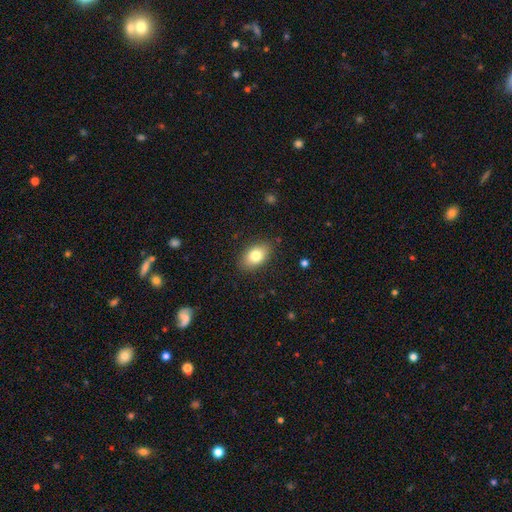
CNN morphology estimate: This appears to be a smooth galaxy with no disk features (80%) that is in between round and cigar-shaped (88%). Merging: none (86%).